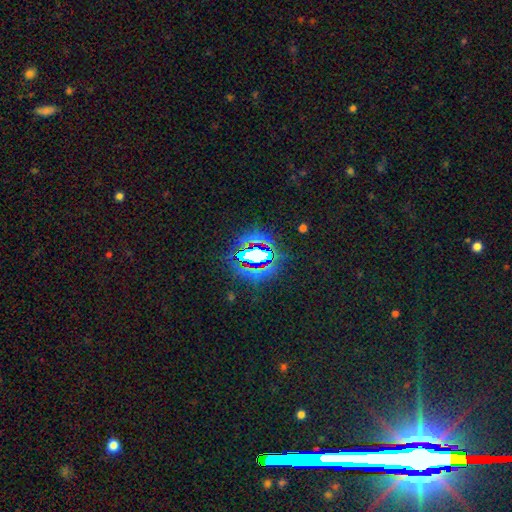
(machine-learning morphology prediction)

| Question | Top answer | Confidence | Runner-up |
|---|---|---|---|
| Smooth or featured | star or artifact | 69% | smooth (18%) |